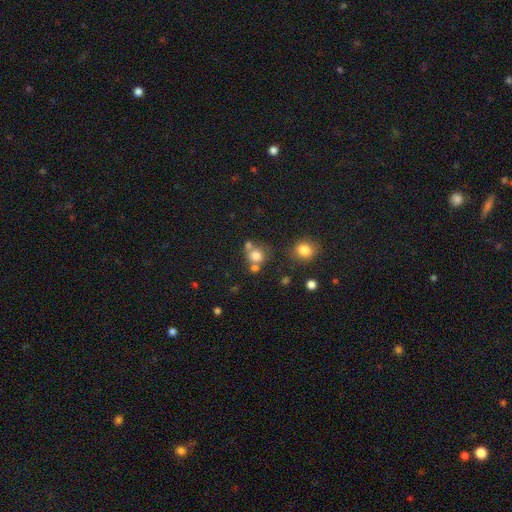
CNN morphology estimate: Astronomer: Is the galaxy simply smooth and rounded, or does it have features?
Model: smooth — 75%.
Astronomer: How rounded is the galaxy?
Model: round — 79%.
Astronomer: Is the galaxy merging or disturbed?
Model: none — 52% (runner-up: merger, 31%).